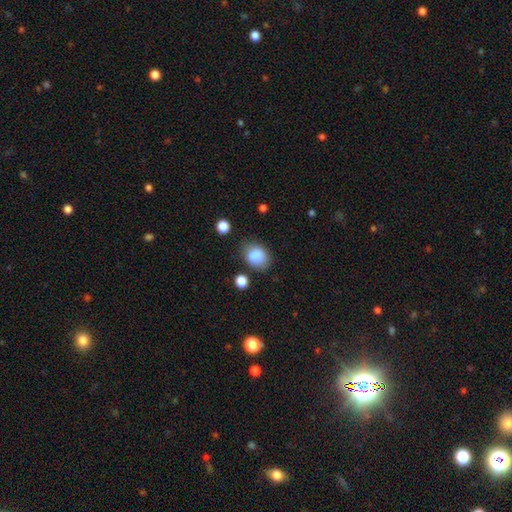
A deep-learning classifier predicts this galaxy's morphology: This is clearly a smooth galaxy (85%). How rounded: possibly in between (54%). Merging: likely none (65%).